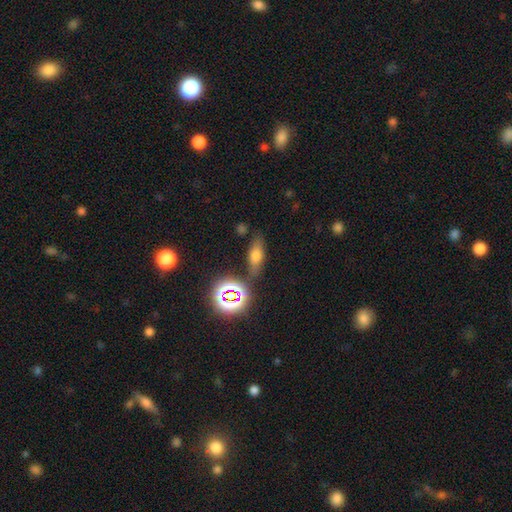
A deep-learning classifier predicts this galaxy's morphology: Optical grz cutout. It shows a smooth galaxy with no disk features (59%) that is in between round and cigar-shaped (63%). Merging: none (75%).